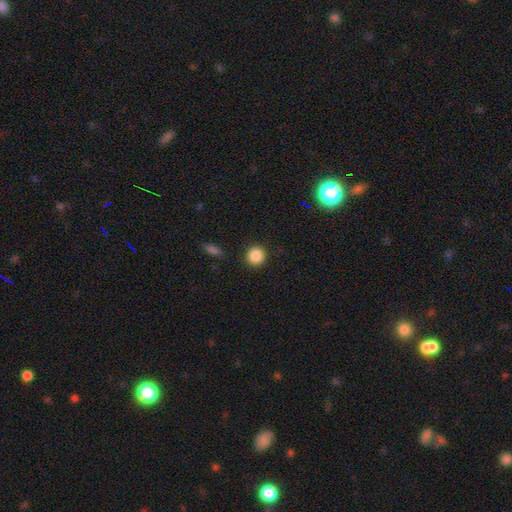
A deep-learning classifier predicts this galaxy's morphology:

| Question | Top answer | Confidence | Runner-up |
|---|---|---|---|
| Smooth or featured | smooth | 88% | star or artifact (10%) |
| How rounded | round | 93% | in between (6%) |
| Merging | none | 91% | minor disturbance (6%) |